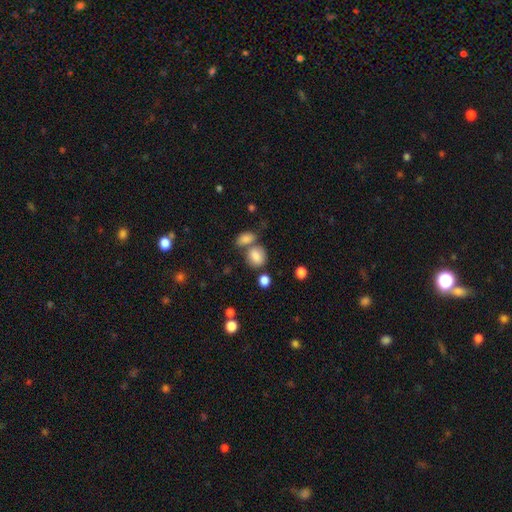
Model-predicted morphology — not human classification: smooth-or-featured: smooth: 83% | star or artifact: 9% | featured or disk: 8%
  how-rounded: in between: 51% | round: 47% | cigar-shaped: 1%
  merging: none: 49% | merger: 34% | minor disturbance: 12% | major disturbance: 5%